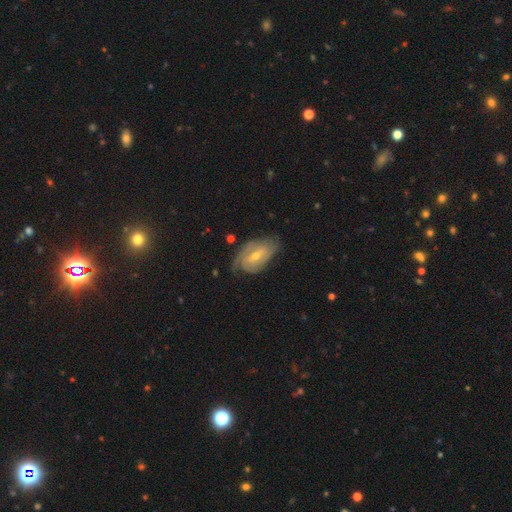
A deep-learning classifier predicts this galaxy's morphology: type=featured or disk (76%); edge-on=no (94%); bar=weak (46%); spiral arms=yes (91%); winding=tight (59%); arm count=2 (34%, tied with can't tell); bulge=small (49%); merging=none (64%).